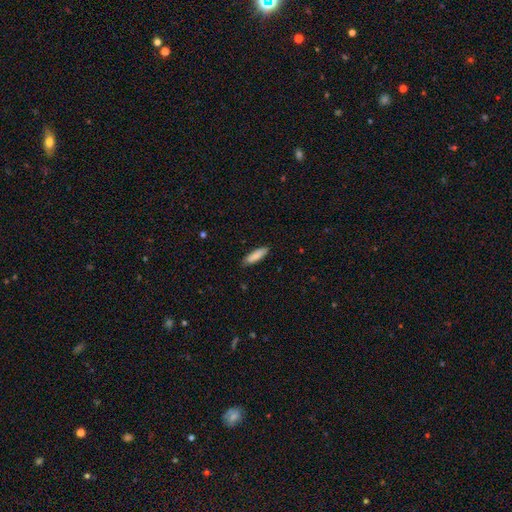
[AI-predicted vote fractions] This is clearly a smooth galaxy (86%). How rounded: likely cigar-shaped (63%). Merging: clearly none (85%).